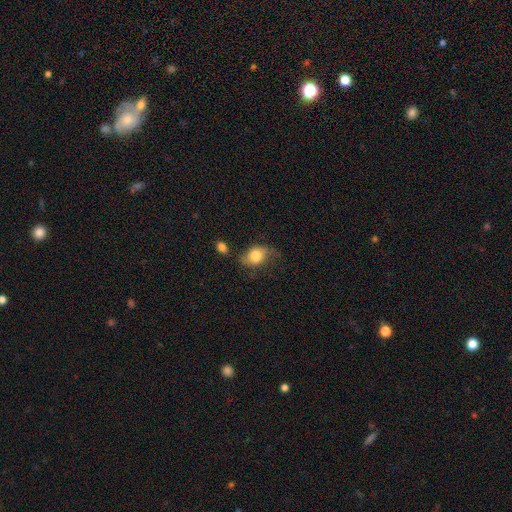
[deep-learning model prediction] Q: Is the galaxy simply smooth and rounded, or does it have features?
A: smooth — 69%.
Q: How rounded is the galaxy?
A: in between — 68%.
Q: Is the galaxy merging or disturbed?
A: none — 45%.